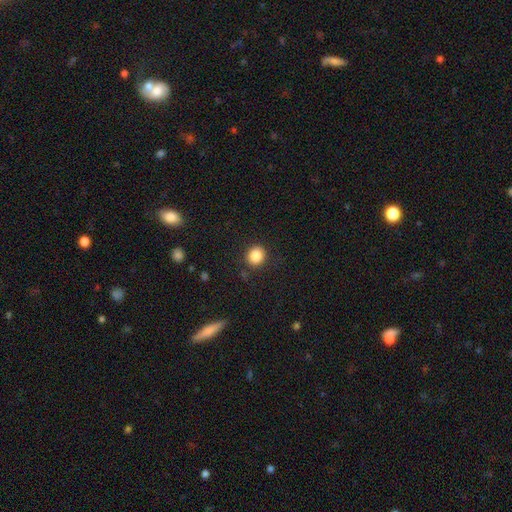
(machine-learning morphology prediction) Smooth or featured? smooth (86%)
How rounded? round (85%)
Merging? none (89%)